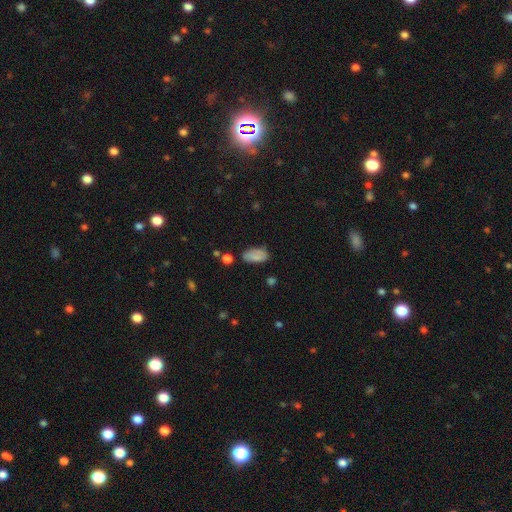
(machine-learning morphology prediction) smooth-or-featured: smooth: 81% | featured or disk: 11% | star or artifact: 8%
  how-rounded: in between: 93% | cigar-shaped: 4% | round: 3%
  merging: none: 72% | minor disturbance: 19% | major disturbance: 5% | merger: 4%